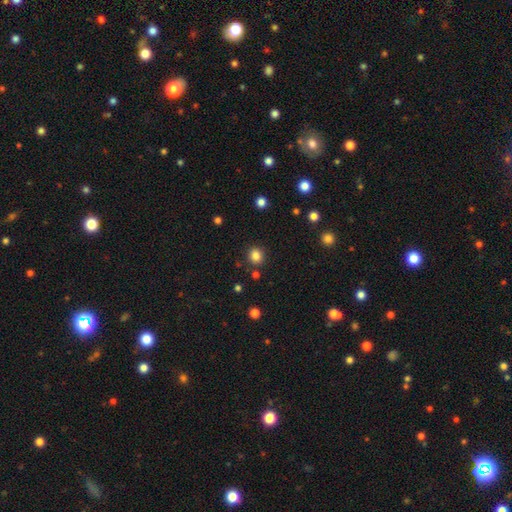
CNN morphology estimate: Smooth or featured?
  - smooth: 83% *
  - star or artifact: 12%
  - featured or disk: 4%
How rounded?
  - round: 89% *
  - in between: 10%
  - cigar-shaped: 1%
Merging?
  - none: 88% *
  - minor disturbance: 6%
  - merger: 3%
  - major disturbance: 2%